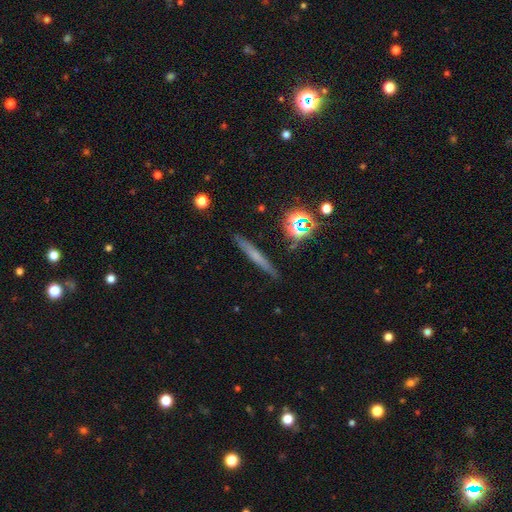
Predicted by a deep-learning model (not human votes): Smooth or featured? Predicted: smooth (p=0.47). Merging? Predicted: none (p=0.89).